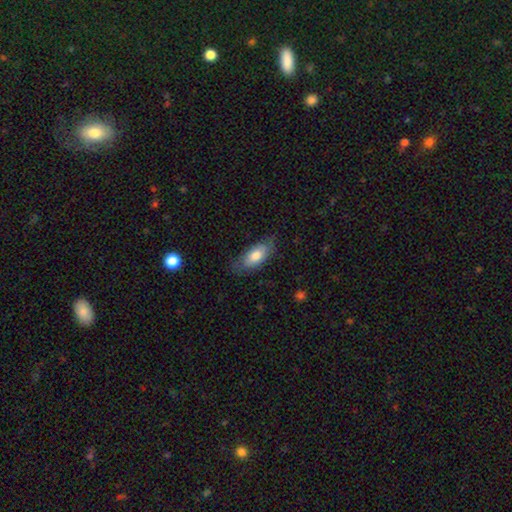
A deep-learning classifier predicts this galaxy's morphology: Smooth or featured? Predicted: smooth (p=0.74). How rounded? Predicted: in between (p=0.85). Merging? Predicted: none (p=0.74).